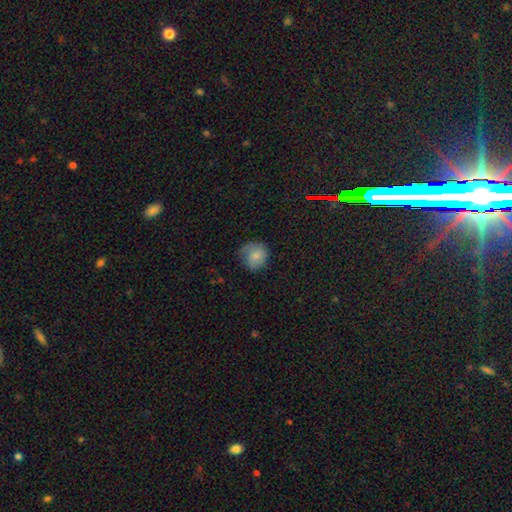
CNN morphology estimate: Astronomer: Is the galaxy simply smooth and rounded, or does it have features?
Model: smooth — 74%.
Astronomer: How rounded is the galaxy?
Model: round — 81%.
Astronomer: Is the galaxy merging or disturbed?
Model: none — 56%.